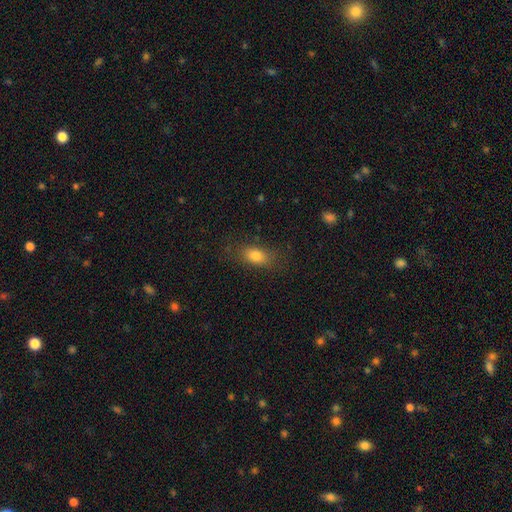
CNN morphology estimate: This is likely a smooth galaxy (79%). How rounded: clearly in between (81%). Merging: likely none (78%).